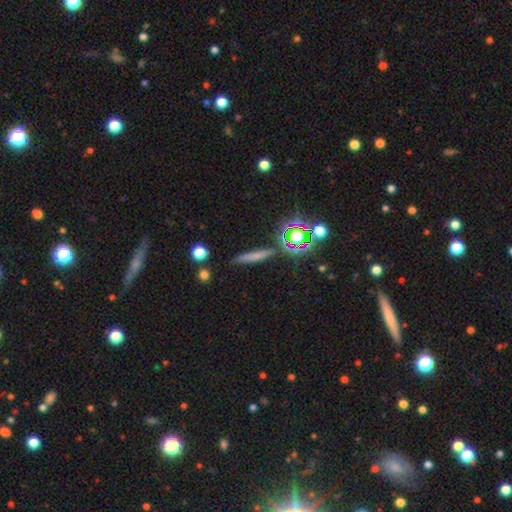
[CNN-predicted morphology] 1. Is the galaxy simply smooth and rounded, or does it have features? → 59% smooth, 24% featured or disk, 17% star or artifact.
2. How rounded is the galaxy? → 86% cigar-shaped, 8% in between, 6% round.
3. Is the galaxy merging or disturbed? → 83% none, 10% minor disturbance, 4% merger, 3% major disturbance.